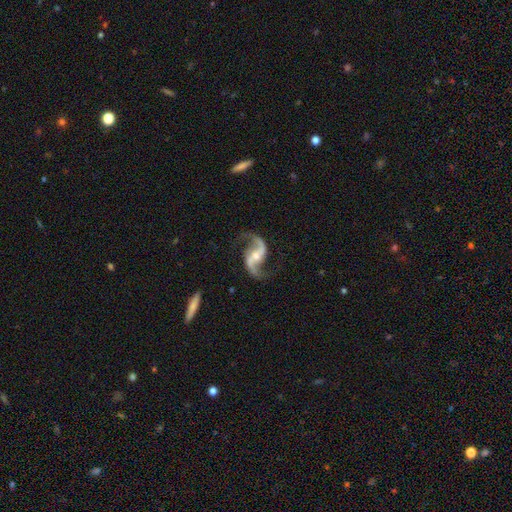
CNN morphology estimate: Smooth or featured? Predicted: featured or disk (p=0.93). Edge-on disk? Predicted: no (p=0.98). Bar? Predicted: weak (p=0.41). Spiral arms? Predicted: yes (p=0.98). Spiral winding? Predicted: loose (p=0.73). Spiral arm count? Predicted: 2 (p=0.94). Bulge size? Predicted: small (p=0.47). Merging? Predicted: none (p=0.80).